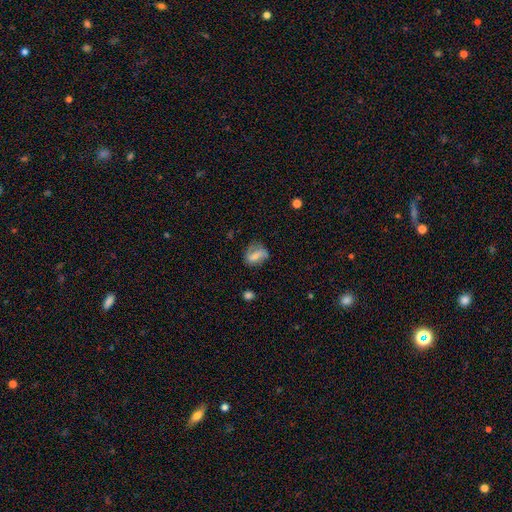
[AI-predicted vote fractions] The model was most divided on "smooth or featured": smooth: 50%, featured or disk: 41%, star or artifact: 9%. More confident: merging — none (59%).